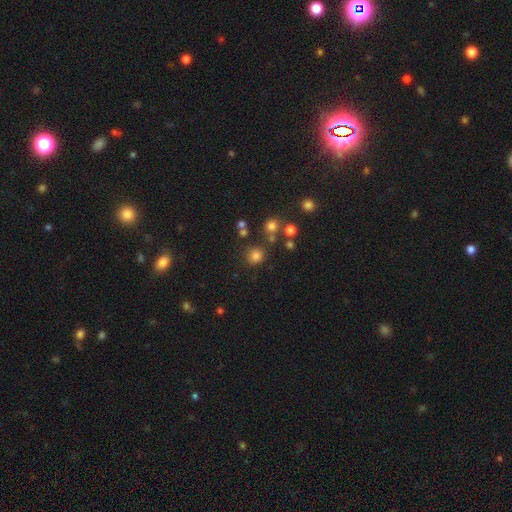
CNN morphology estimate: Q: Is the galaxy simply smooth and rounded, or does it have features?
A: smooth — 77%.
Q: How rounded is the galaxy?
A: round — 90%.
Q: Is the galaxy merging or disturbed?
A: none — 81%.